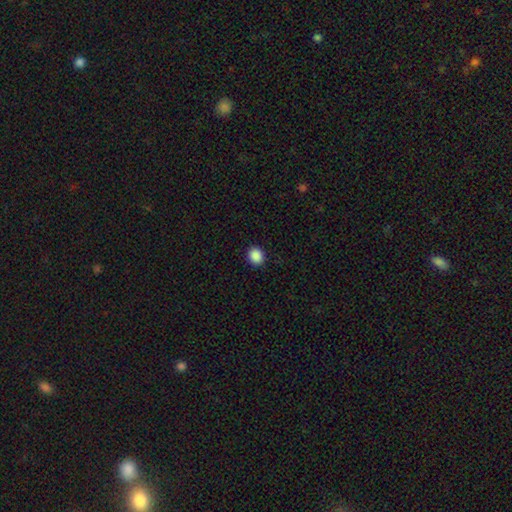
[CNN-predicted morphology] smooth 89%, star or artifact 9%, featured or disk 2%. Down the decision tree: how rounded — round (68%); merging — none (92%).